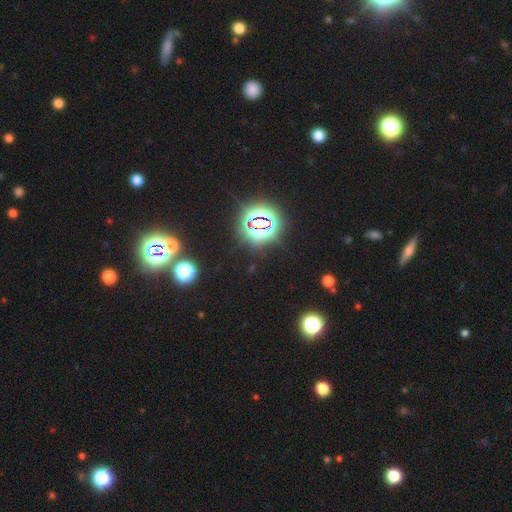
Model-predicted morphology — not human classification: Smooth or featured? star or artifact (79%)